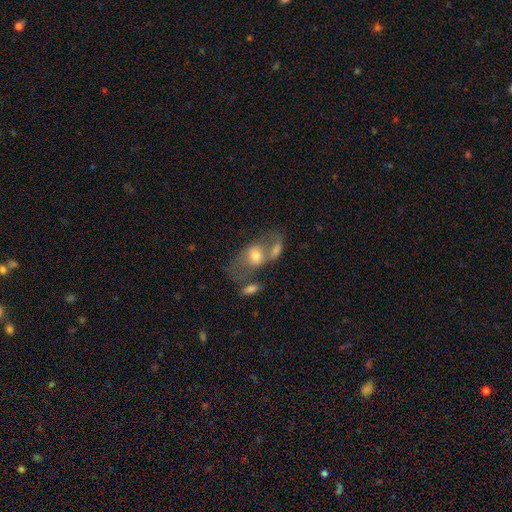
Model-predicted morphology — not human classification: Smooth or featured: smooth — 56% (featured or disk — 36%)
How rounded: in between — 75% (round — 22%)
Merging: merger — 42% (none — 28%)